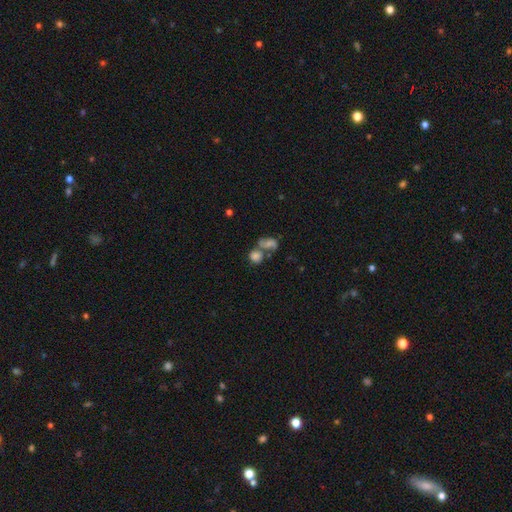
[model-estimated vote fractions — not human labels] A smooth galaxy with no disk features (73%) that is round (70%). Merging: merger (49%).